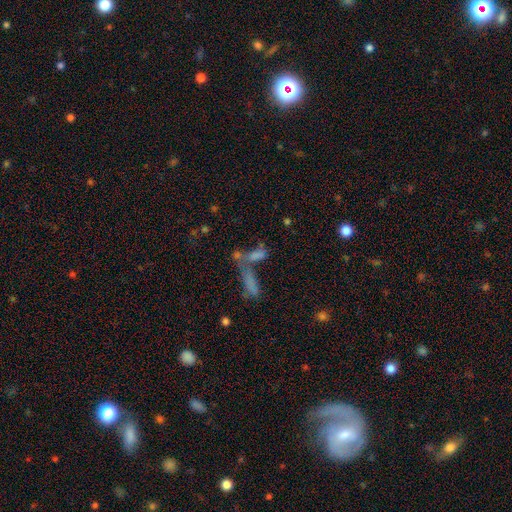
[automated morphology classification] smooth 54%, featured or disk 25%, star or artifact 22%. Down the decision tree: how rounded — cigar-shaped (50%); merging — merger (53%).